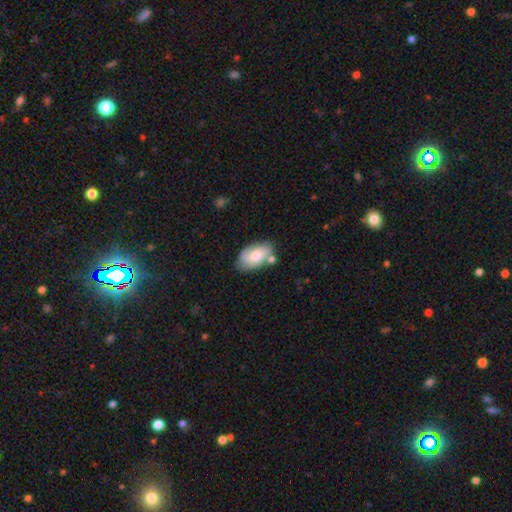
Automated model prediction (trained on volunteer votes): Overall: smooth (56%; featured or disk 38%). How rounded: in between (92%). Merging: none (58%; minor disturbance 23%).